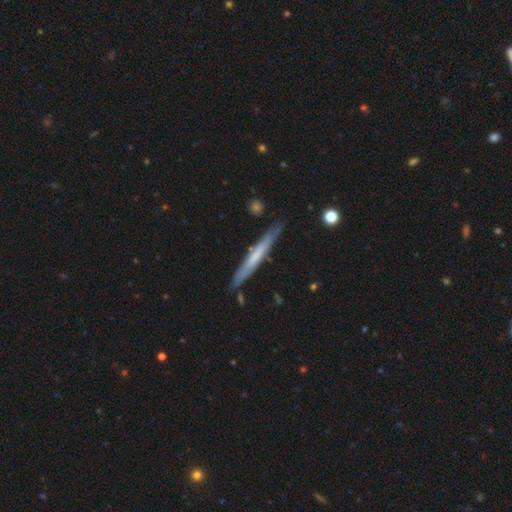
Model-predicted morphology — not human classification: Smooth or featured: featured or disk — 50% (smooth — 44%)
Edge-on disk: yes — 93% (no — 7%)
Merging: none — 83% (minor disturbance — 12%)